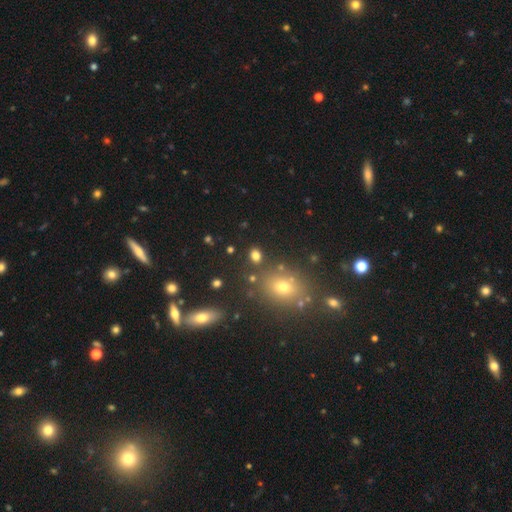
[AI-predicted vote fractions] Smooth or featured? Predicted: smooth (p=0.76). How rounded? Predicted: in between (p=0.55). Merging? Predicted: none (p=0.80).